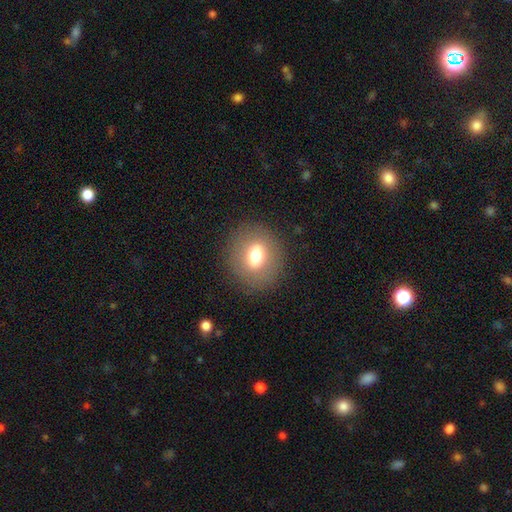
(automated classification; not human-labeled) A smooth galaxy with no disk features (67%) that is round (62%).

Vote fractions:
- Smooth or featured? smooth: 67% / featured or disk: 22% / star or artifact: 10%
- How rounded? round: 62% / in between: 36% / cigar-shaped: 1%
- Merging? none: 86% / minor disturbance: 9% / major disturbance: 4% / merger: 1%